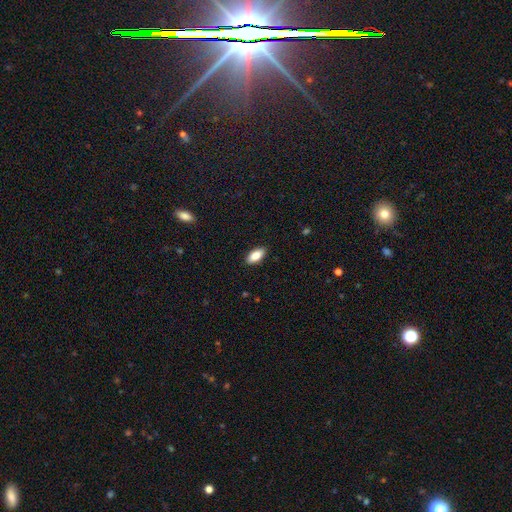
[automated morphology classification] type=smooth (85%); roundness=in between (88%); merging=none (89%).